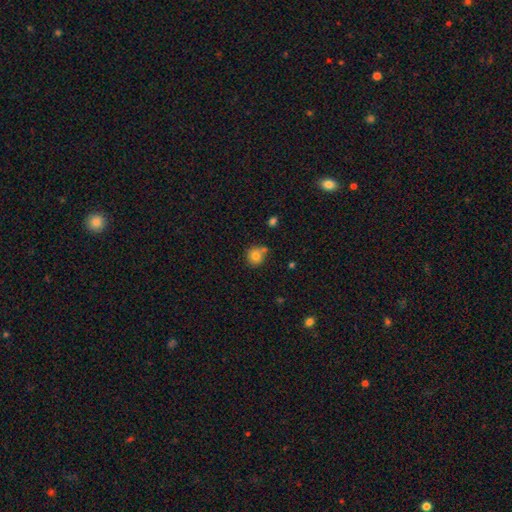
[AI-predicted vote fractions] Smooth or featured? smooth (81%)
How rounded? round (86%)
Merging? none (62%)